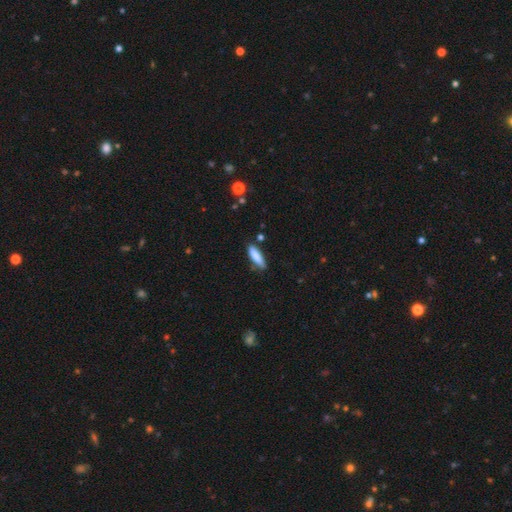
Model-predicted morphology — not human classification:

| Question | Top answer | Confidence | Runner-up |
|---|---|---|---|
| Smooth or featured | smooth | 84% | featured or disk (10%) |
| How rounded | cigar-shaped | 59% | in between (39%) |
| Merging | none | 77% | minor disturbance (17%) |